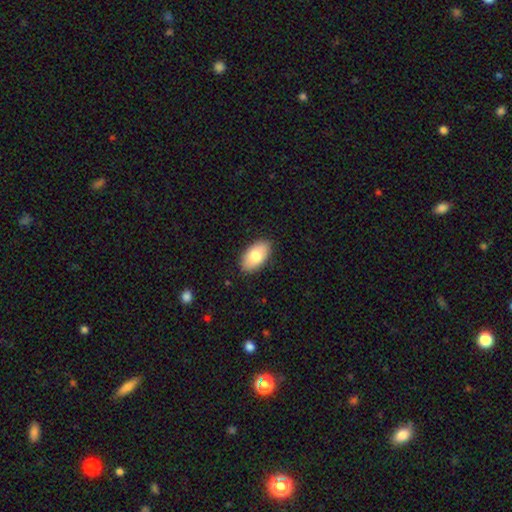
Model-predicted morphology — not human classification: Overall: smooth (77%). How rounded: in between (94%). Merging: none (88%).